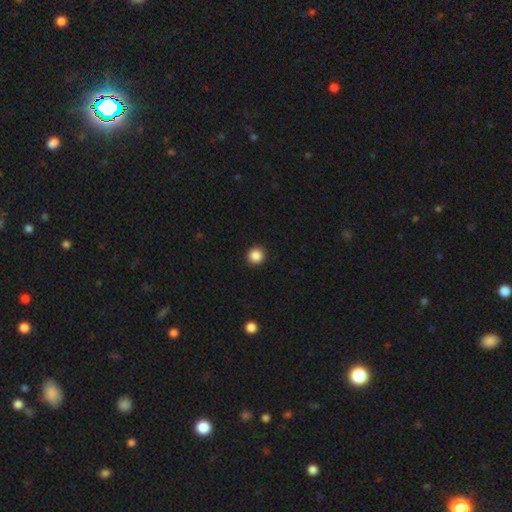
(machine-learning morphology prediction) Overall: smooth (87%). How rounded: round (95%). Merging: none (93%).